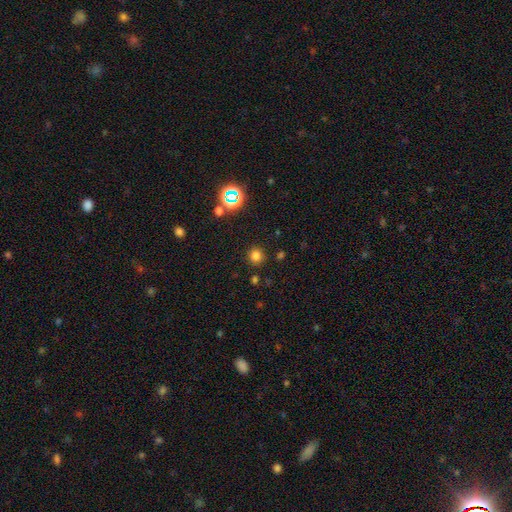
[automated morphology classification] Smooth or featured? smooth (76%)
How rounded? round (91%)
Merging? none (88%)